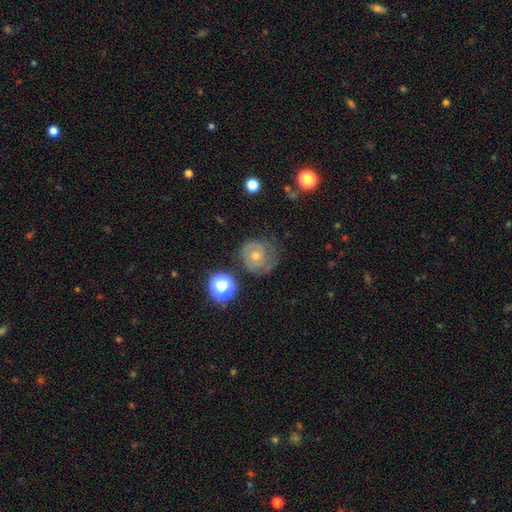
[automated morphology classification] smooth_or_featured: featured or disk (p=0.55) [alt: smooth p=0.35]
disk_edge_on: no (p=0.97) [alt: yes p=0.03]
bar: no (p=0.79) [alt: weak p=0.18]
has_spiral_arms: yes (p=0.80) [alt: no p=0.20]
bulge_size: moderate (p=0.55) [alt: small p=0.36]
merging: none (p=0.58) [alt: minor disturbance p=0.26]